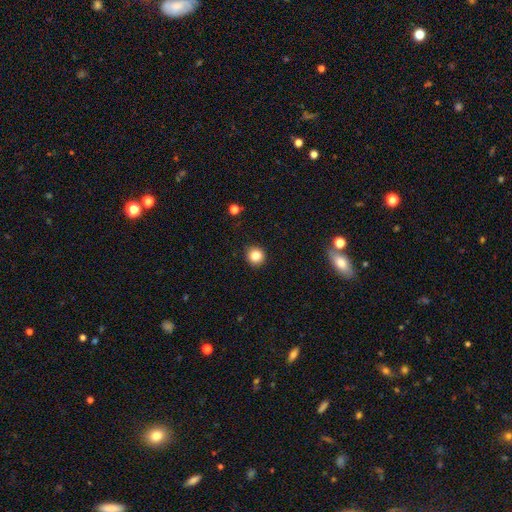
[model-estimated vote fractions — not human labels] The model was most divided on "smooth or featured": smooth: 84%, star or artifact: 11%, featured or disk: 5%. More confident: how rounded — round (93%); merging — none (92%).